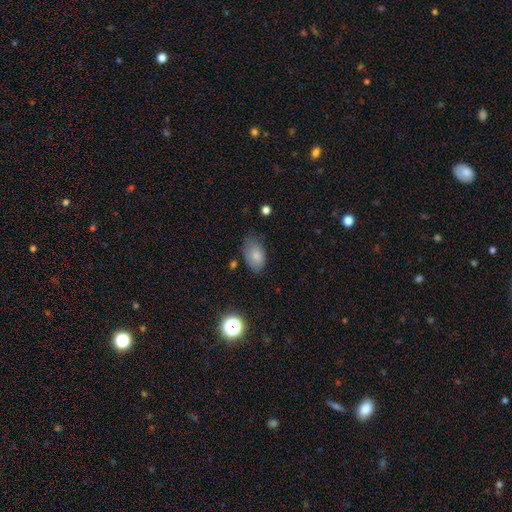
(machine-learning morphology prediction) This is likely a smooth galaxy (79%). How rounded: clearly in between (88%). Merging: likely none (62%).